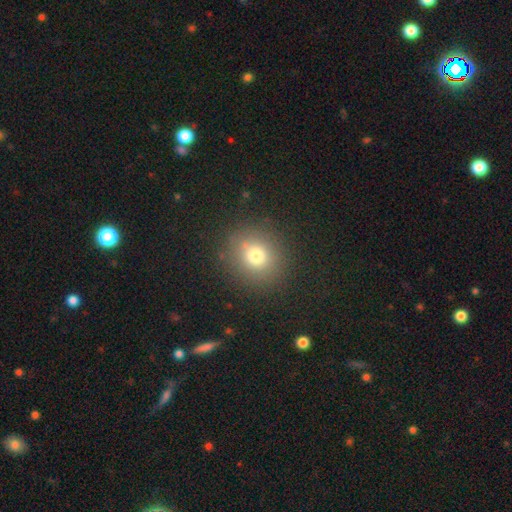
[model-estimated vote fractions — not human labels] Smooth or featured? Predicted: smooth (p=0.74). How rounded? Predicted: round (p=0.86). Merging? Predicted: none (p=0.86).